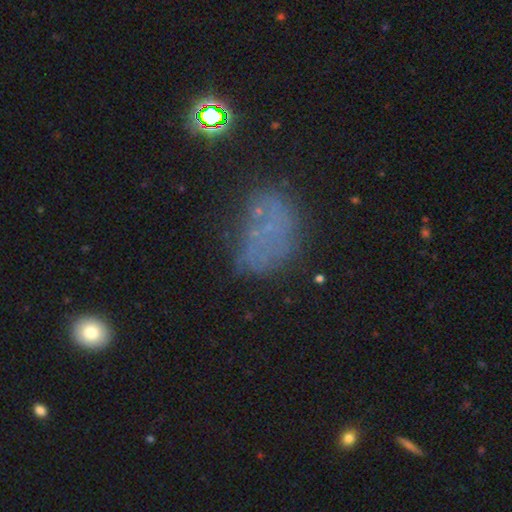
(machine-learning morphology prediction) featured or disk 39%, smooth 35%, star or artifact 26%. Down the decision tree: merging — none (46%).